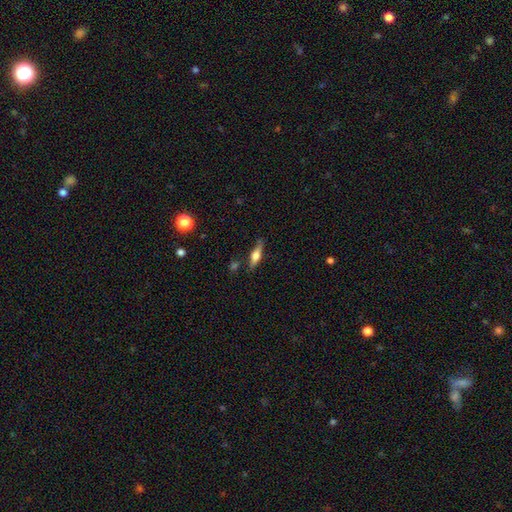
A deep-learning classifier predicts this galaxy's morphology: A featured or disk galaxy (51%) viewed edge-on (94%).

Vote fractions:
- Smooth or featured? featured or disk: 51% / smooth: 42% / star or artifact: 7%
- Edge-on disk? yes: 94% / no: 6%
- Merging? none: 79% / minor disturbance: 14% / major disturbance: 3% / merger: 3%